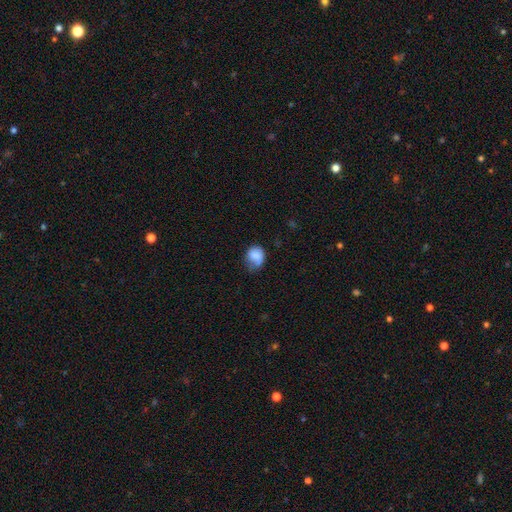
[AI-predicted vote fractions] Overall: smooth (79%). How rounded: round (56%; in between 43%). Merging: none (40%; minor disturbance 39%).